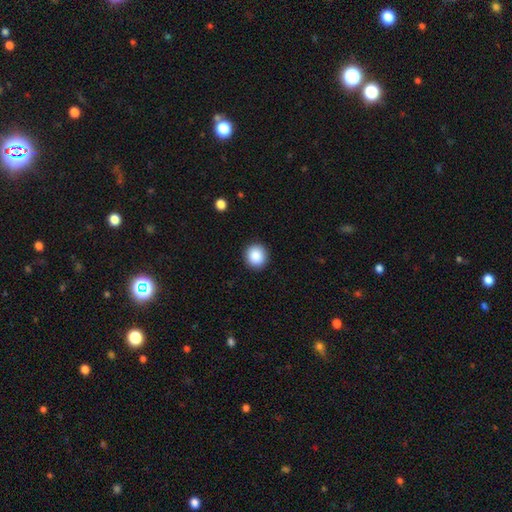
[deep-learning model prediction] The model was most divided on "smooth or featured": smooth: 88%, star or artifact: 8%, featured or disk: 3%. More confident: merging — none (92%); how rounded — round (92%).